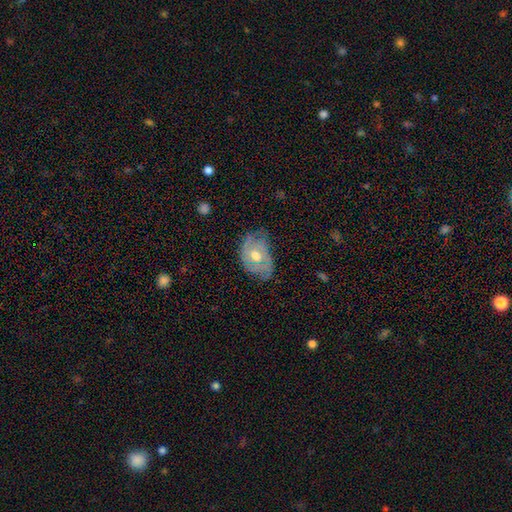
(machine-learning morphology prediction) Smooth or featured: featured or disk — 65% (smooth — 27%)
Edge-on disk: no — 95% (yes — 5%)
Bar: no — 75% (weak — 21%)
Spiral arms: yes — 70% (no — 30%)
Bulge size: moderate — 77% (small — 12%)
Merging: none — 52% (minor disturbance — 32%)